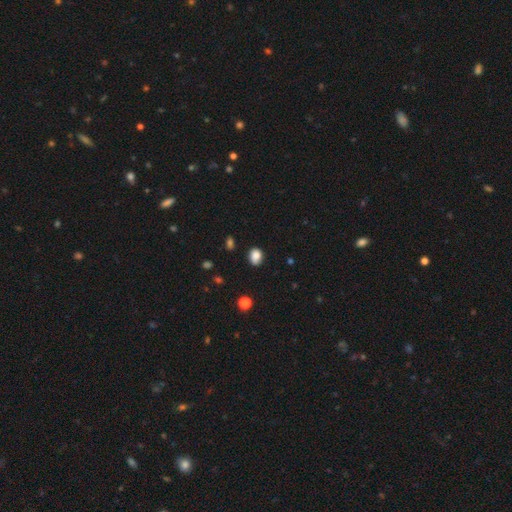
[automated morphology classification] The model was most divided on "how rounded": in between: 52%, round: 47%, cigar-shaped: 1%. More confident: smooth or featured — smooth (84%); merging — none (75%).